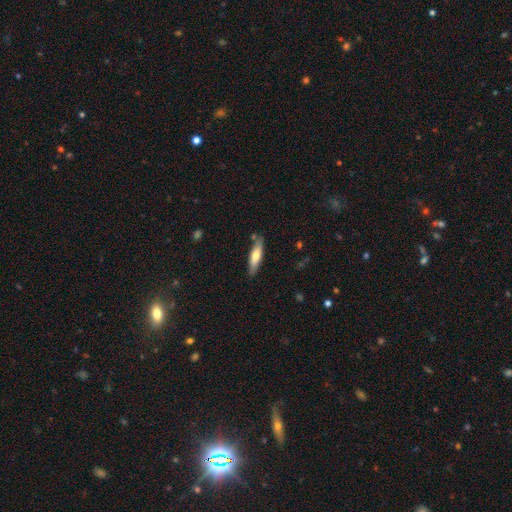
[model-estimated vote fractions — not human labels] This is possibly a smooth galaxy (59%). How rounded: likely cigar-shaped (73%). Merging: clearly none (81%).